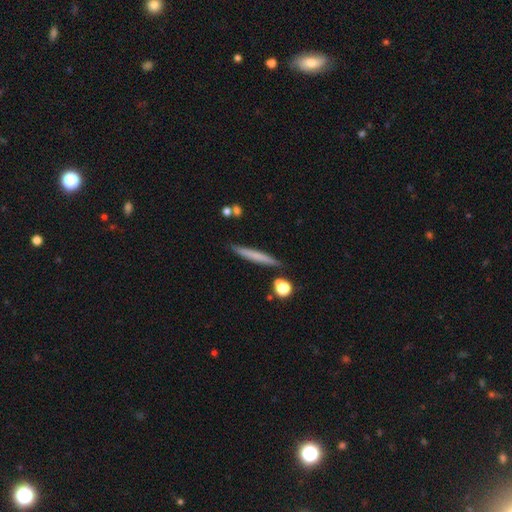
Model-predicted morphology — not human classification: type=smooth (64%); roundness=cigar-shaped (95%); merging=none (86%).